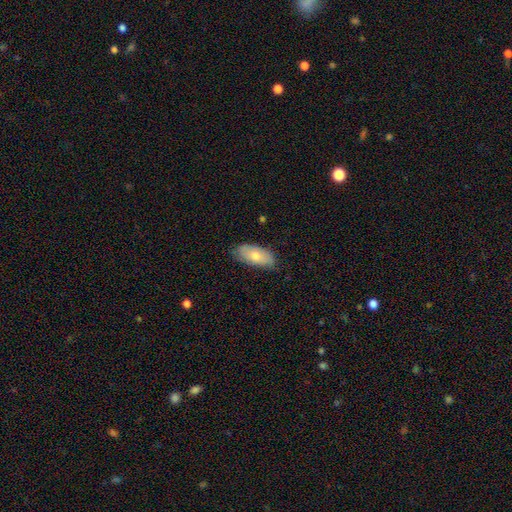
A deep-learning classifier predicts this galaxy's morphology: The model was most divided on "smooth or featured": smooth: 73%, featured or disk: 21%, star or artifact: 6%. More confident: how rounded — in between (91%); merging — none (76%).